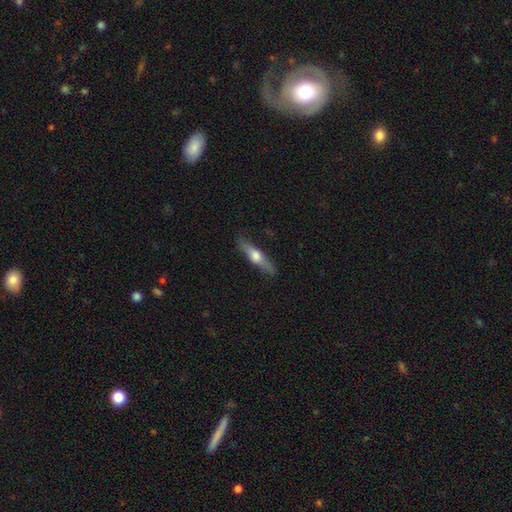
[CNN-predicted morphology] Q: Smooth or featured?
A: featured or disk (51%); runner-up: smooth (43%)
Q: Edge-on disk?
A: yes (91%); runner-up: no (9%)
Q: Merging?
A: none (85%); runner-up: minor disturbance (11%)